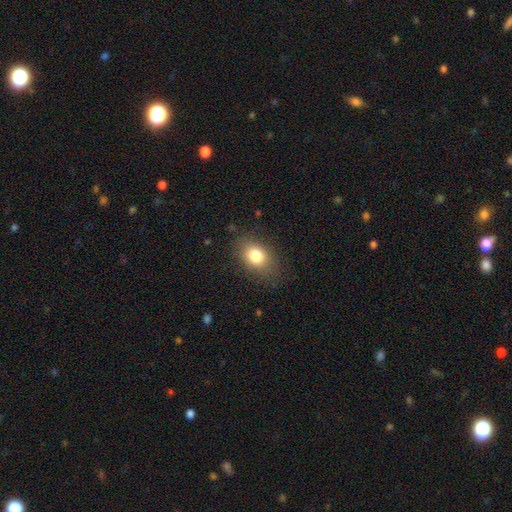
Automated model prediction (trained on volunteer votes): A smooth galaxy with no disk features (80%) that is in between round and cigar-shaped (73%).

Vote fractions:
- Smooth or featured? smooth: 80% / featured or disk: 10% / star or artifact: 10%
- How rounded? in between: 73% / round: 26% / cigar-shaped: 1%
- Merging? none: 80% / minor disturbance: 14% / major disturbance: 5% / merger: 1%